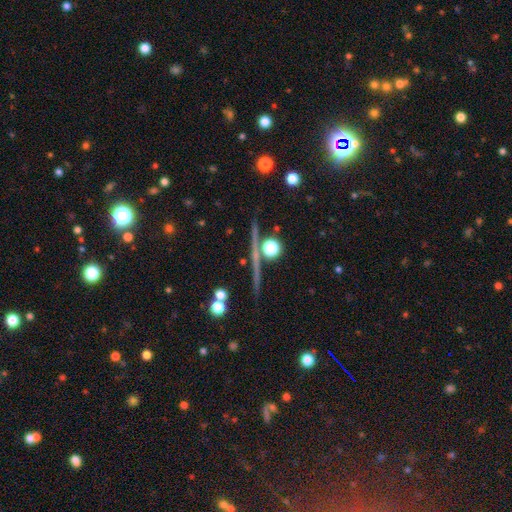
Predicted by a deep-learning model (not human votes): A featured or disk galaxy (44%).

Vote fractions:
- Smooth or featured? featured or disk: 44% / star or artifact: 38% / smooth: 18%
- Merging? none: 87% / minor disturbance: 6% / merger: 4% / major disturbance: 3%